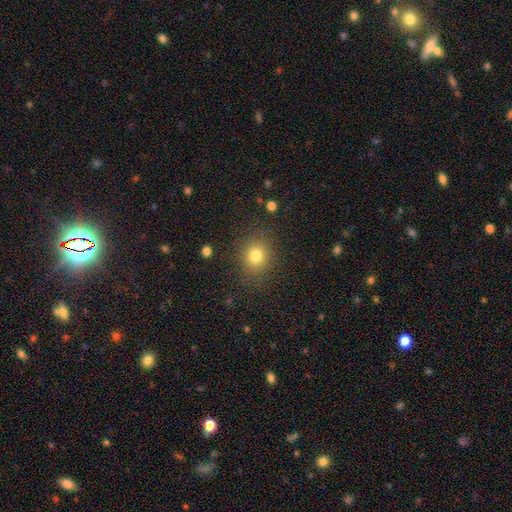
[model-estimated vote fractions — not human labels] Smooth or featured: smooth — 80% (star or artifact — 13%)
How rounded: round — 77% (in between — 22%)
Merging: none — 86% (minor disturbance — 9%)